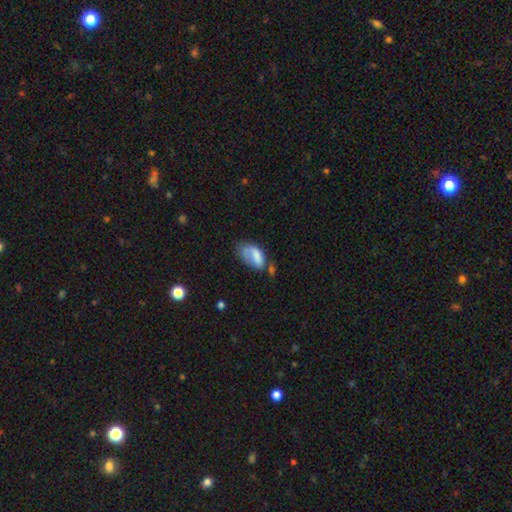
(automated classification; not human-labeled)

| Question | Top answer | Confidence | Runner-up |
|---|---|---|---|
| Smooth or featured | smooth | 69% | featured or disk (23%) |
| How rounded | in between | 92% | round (4%) |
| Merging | major disturbance | 34% | minor disturbance (29%) |